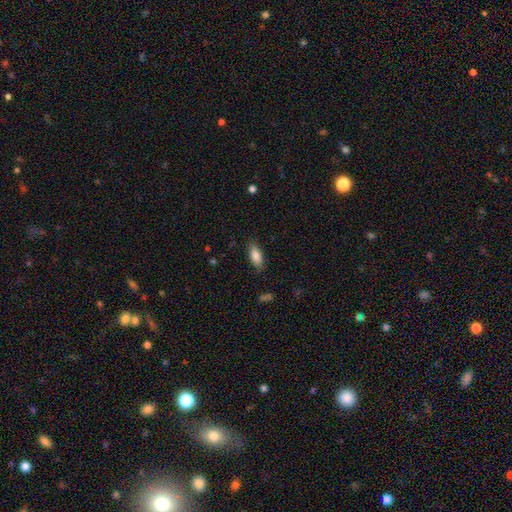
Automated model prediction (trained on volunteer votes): This is clearly a smooth galaxy (84%). How rounded: likely in between (80%). Merging: clearly none (83%).